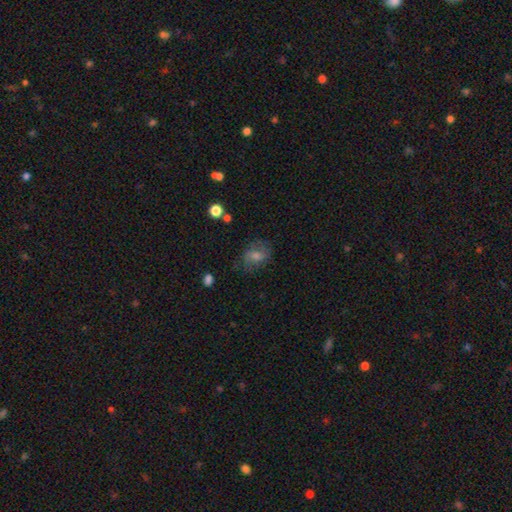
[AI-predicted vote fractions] A smooth galaxy with no disk features (52%) that is in between round and cigar-shaped (63%). Merging: none (71%).